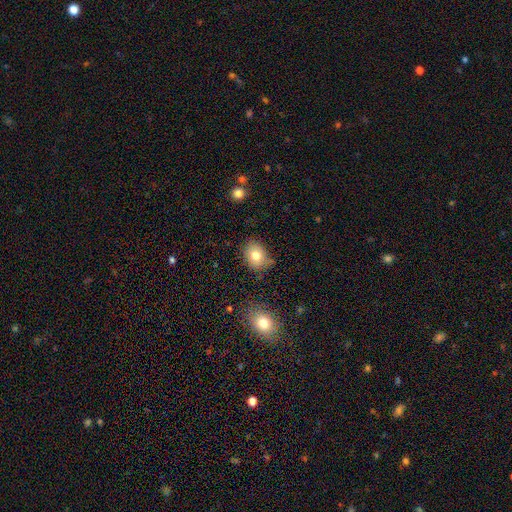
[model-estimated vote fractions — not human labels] smooth 78%, featured or disk 12%, star or artifact 10%. Down the decision tree: how rounded — in between (55%); merging — none (65%).